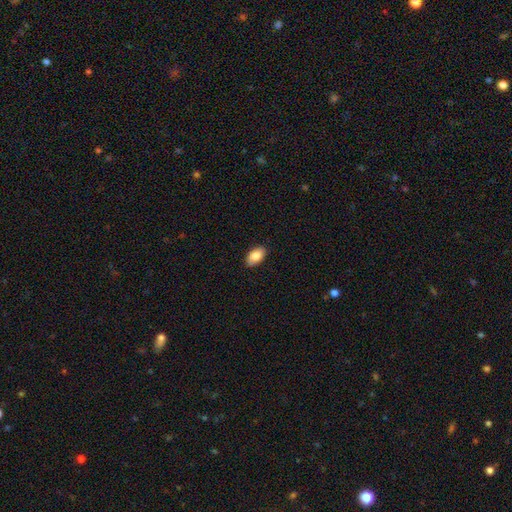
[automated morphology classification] Q: Smooth or featured?
A: smooth (85%); runner-up: featured or disk (8%)
Q: How rounded?
A: in between (93%); runner-up: round (6%)
Q: Merging?
A: none (85%); runner-up: minor disturbance (12%)